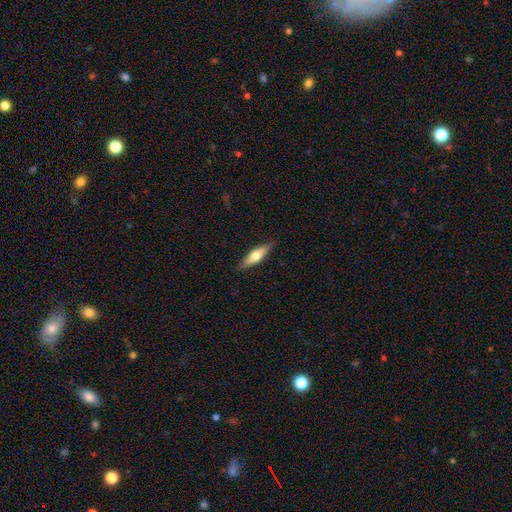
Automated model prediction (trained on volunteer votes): Morphology: type=smooth (55%); roundness=cigar-shaped (56%); merging=none (87%).